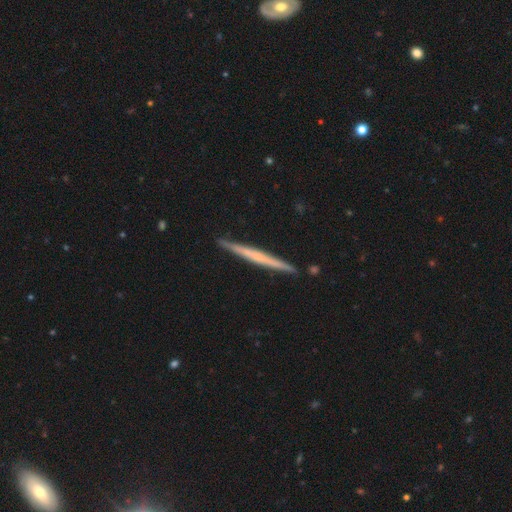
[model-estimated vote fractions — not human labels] Q: Smooth or featured?
A: featured or disk (58%); runner-up: smooth (37%)
Q: Edge-on disk?
A: yes (98%); runner-up: no (2%)
Q: Edge-on bulge?
A: none (77%); runner-up: rounded (14%)
Q: Merging?
A: none (91%); runner-up: minor disturbance (7%)